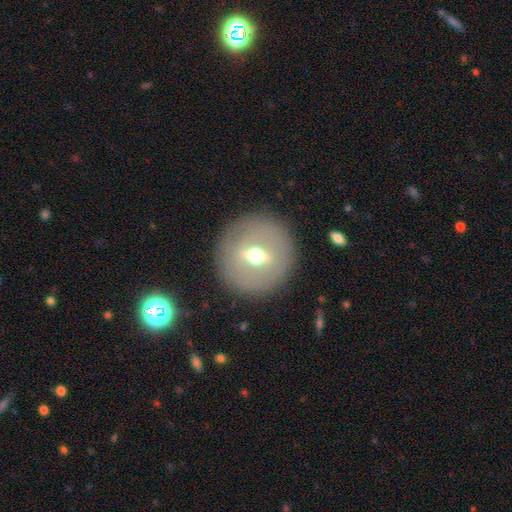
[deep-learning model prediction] Smooth or featured? Predicted: featured or disk (p=0.61). Edge-on disk? Predicted: no (p=0.72). Merging? Predicted: none (p=0.89).